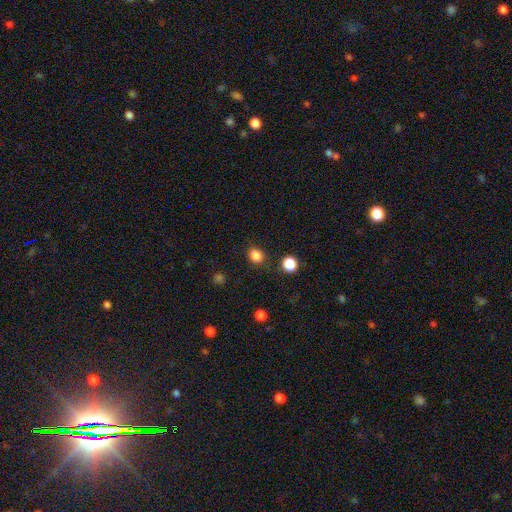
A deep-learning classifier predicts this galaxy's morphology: smooth_or_featured: smooth (p=0.85) [alt: star or artifact p=0.11]
how_rounded: round (p=0.61) [alt: in between p=0.38]
merging: none (p=0.85) [alt: minor disturbance p=0.10]